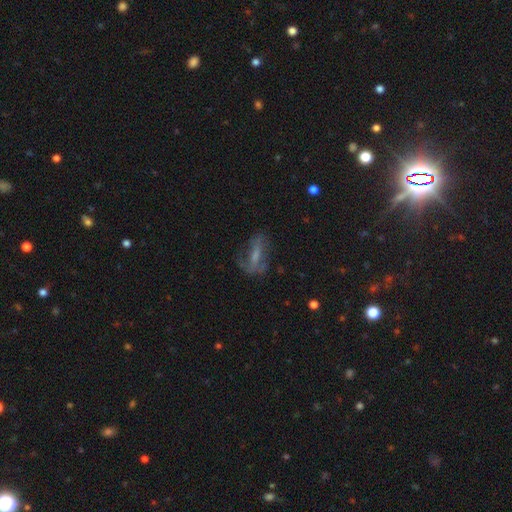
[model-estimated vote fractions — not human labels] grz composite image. It shows a featured or disk galaxy (54%). Merging: none (49%).